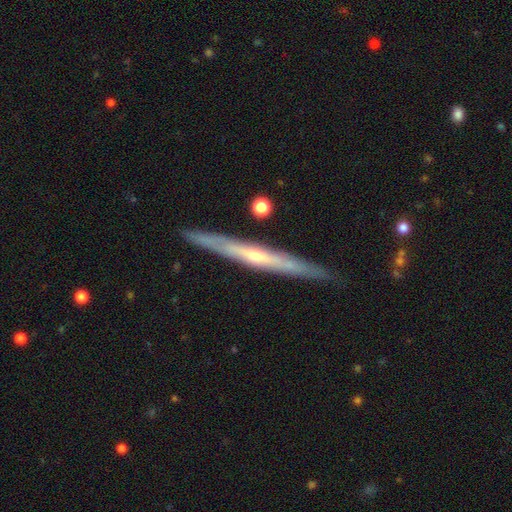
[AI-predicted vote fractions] Smooth or featured: featured or disk — 74% (smooth — 20%)
Edge-on disk: yes — 95% (no — 5%)
Edge-on bulge: rounded — 56% (none — 41%)
Merging: none — 88% (minor disturbance — 9%)